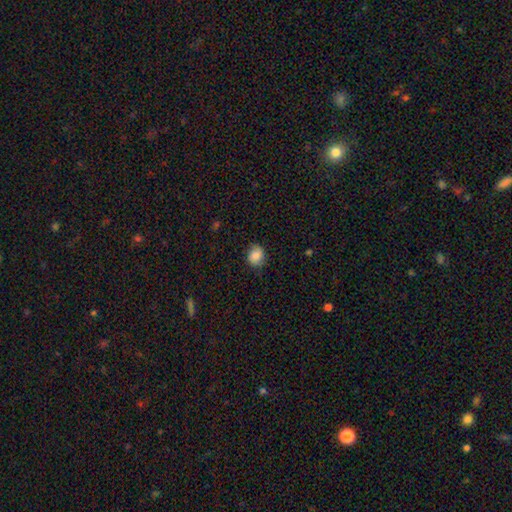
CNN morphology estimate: The model was most divided on "how rounded": round: 67%, in between: 32%, cigar-shaped: 1%. More confident: smooth or featured — smooth (81%); merging — none (78%).